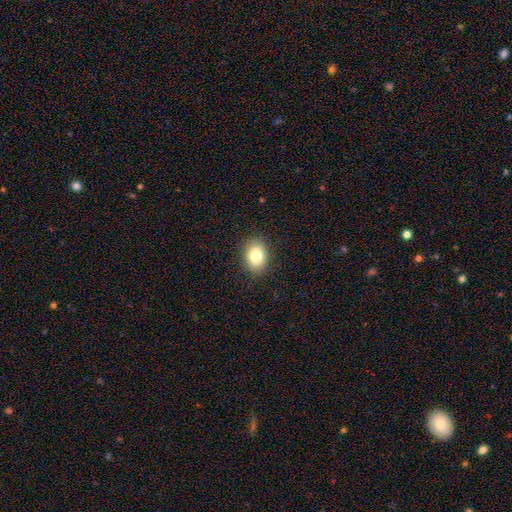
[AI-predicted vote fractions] Morphology: type=smooth (82%); roundness=in between (68%); merging=none (88%).